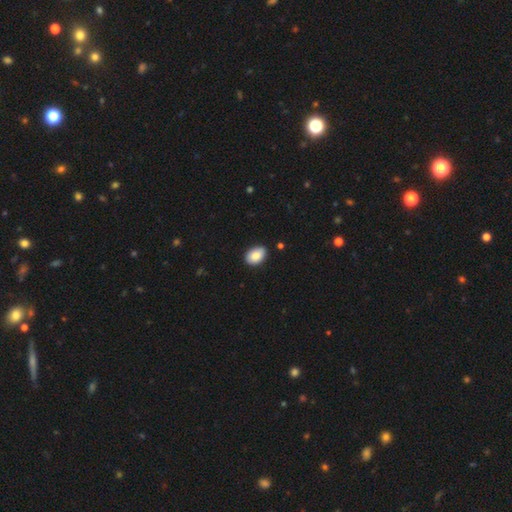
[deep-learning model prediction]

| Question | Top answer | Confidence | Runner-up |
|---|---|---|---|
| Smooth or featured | smooth | 86% | featured or disk (7%) |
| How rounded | in between | 86% | round (13%) |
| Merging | none | 86% | minor disturbance (10%) |